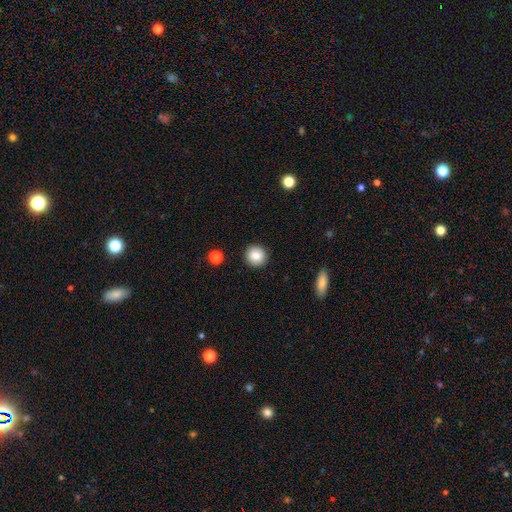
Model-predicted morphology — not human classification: Smooth or featured: smooth — 85% (star or artifact — 9%)
How rounded: round — 92% (in between — 7%)
Merging: none — 91% (minor disturbance — 6%)